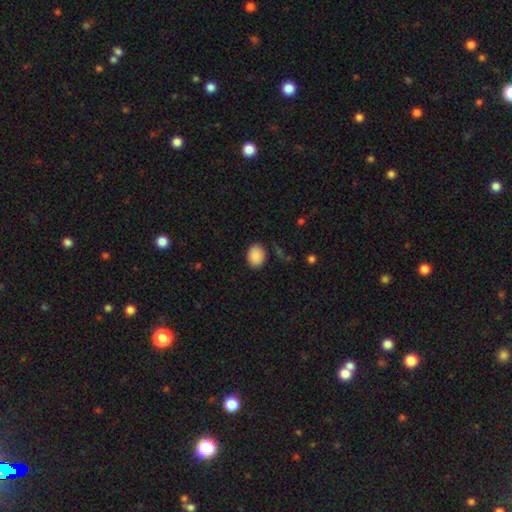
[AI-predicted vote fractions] Morphology: type=smooth (89%); roundness=in between (60%); merging=none (84%).